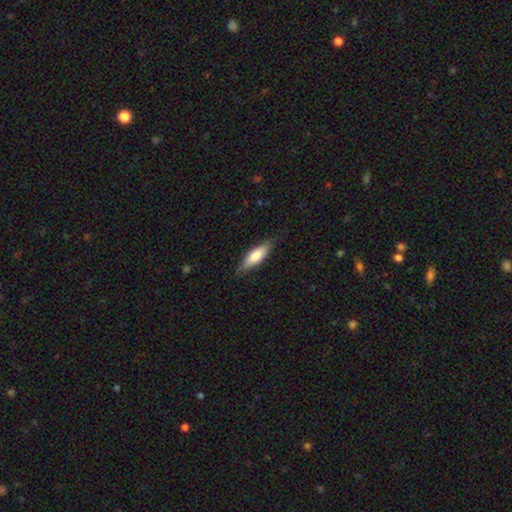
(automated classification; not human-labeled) smooth-or-featured: smooth: 70% | featured or disk: 25% | star or artifact: 5%
  how-rounded: cigar-shaped: 55% | in between: 43% | round: 2%
  merging: none: 84% | minor disturbance: 13% | major disturbance: 2% | merger: 1%